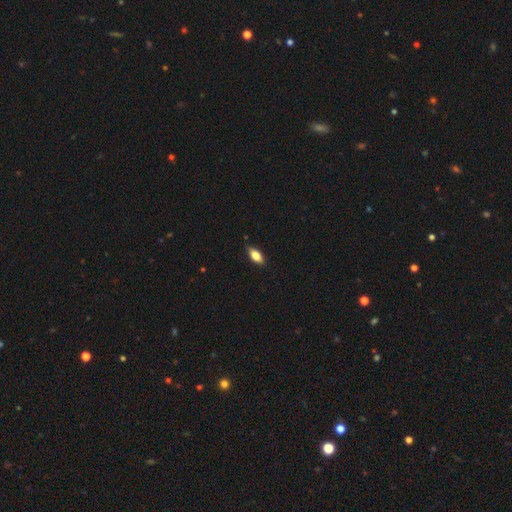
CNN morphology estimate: This is likely a smooth galaxy (77%). How rounded: clearly in between (85%). Merging: clearly none (85%).